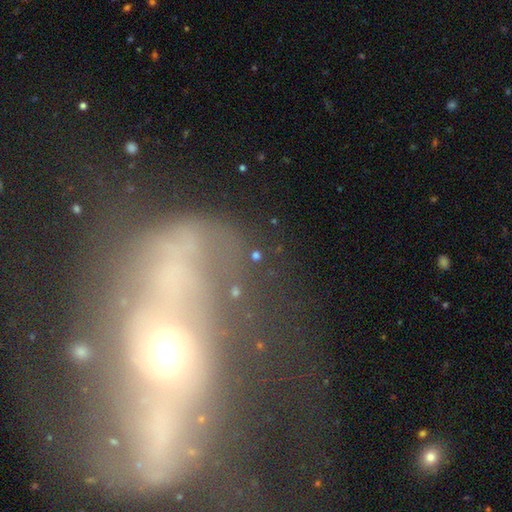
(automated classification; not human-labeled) This appears to be a star or artifact, not a galaxy (39%).